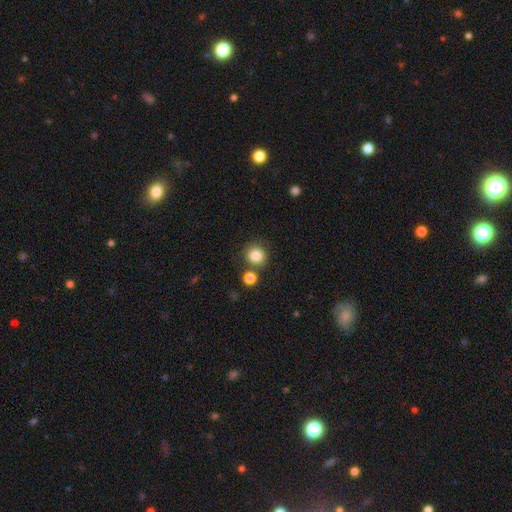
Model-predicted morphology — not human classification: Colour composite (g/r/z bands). It shows a smooth galaxy with no disk features (84%) that is round (89%). Merging: none (74%).